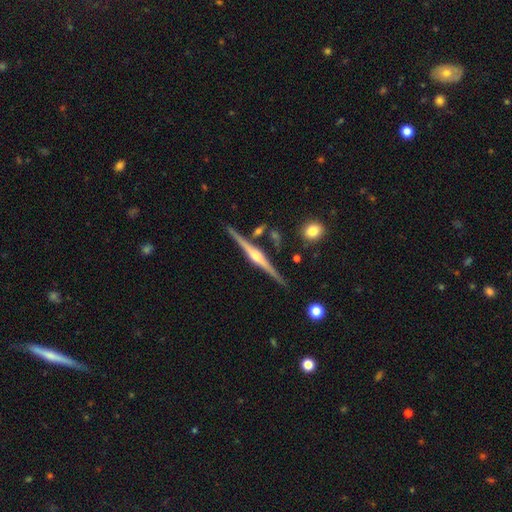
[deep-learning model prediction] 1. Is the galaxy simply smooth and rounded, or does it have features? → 86% featured or disk, 9% smooth, 5% star or artifact.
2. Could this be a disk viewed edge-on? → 98% yes, 2% no.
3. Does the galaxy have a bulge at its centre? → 88% rounded, 9% boxy, 4% none.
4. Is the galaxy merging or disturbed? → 86% none, 8% minor disturbance, 4% merger, 2% major disturbance.